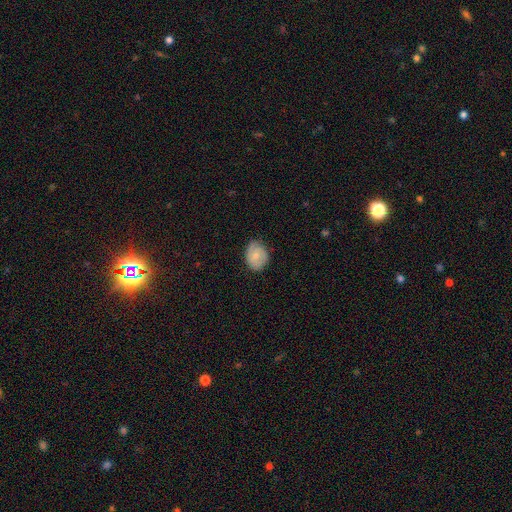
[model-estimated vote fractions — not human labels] This is possibly a smooth galaxy (58%). How rounded: possibly in between (57%). Merging: likely none (69%).